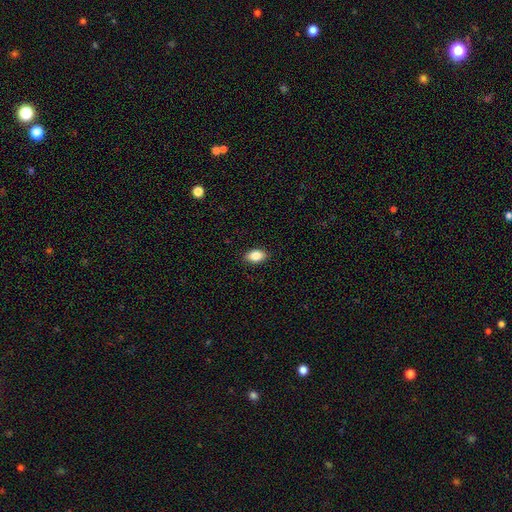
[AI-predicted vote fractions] smooth_or_featured: smooth (p=0.85) [alt: star or artifact p=0.08]
how_rounded: in between (p=0.88) [alt: round p=0.10]
merging: none (p=0.89) [alt: minor disturbance p=0.08]